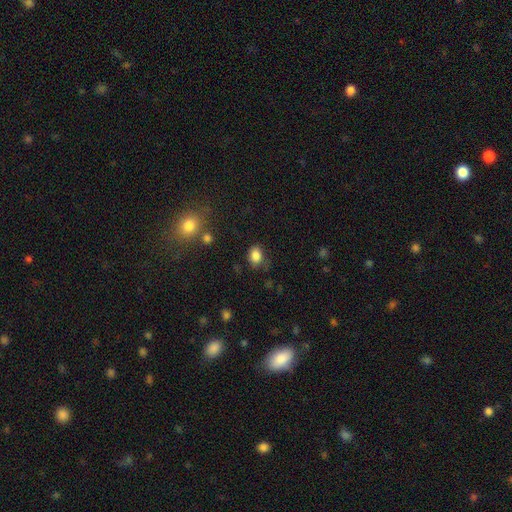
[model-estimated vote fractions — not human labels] A smooth galaxy with no disk features (84%) that is in between round and cigar-shaped (66%). Merging: none (69%).